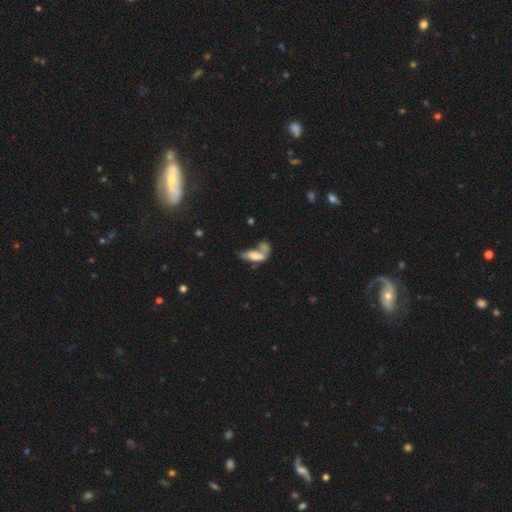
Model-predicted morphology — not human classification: Smooth or featured?
  - smooth: 64% *
  - featured or disk: 26%
  - star or artifact: 10%
How rounded?
  - in between: 74% *
  - cigar-shaped: 22%
  - round: 4%
Merging?
  - merger: 53% *
  - none: 19%
  - major disturbance: 16%
  - minor disturbance: 12%